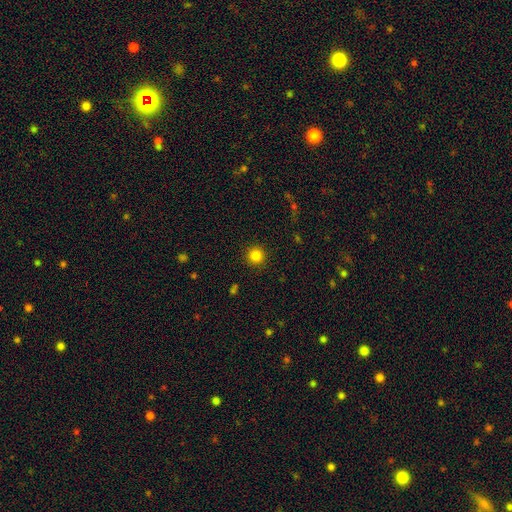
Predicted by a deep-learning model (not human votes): A smooth galaxy with no disk features (84%) that is round (95%). Merging: none (91%).